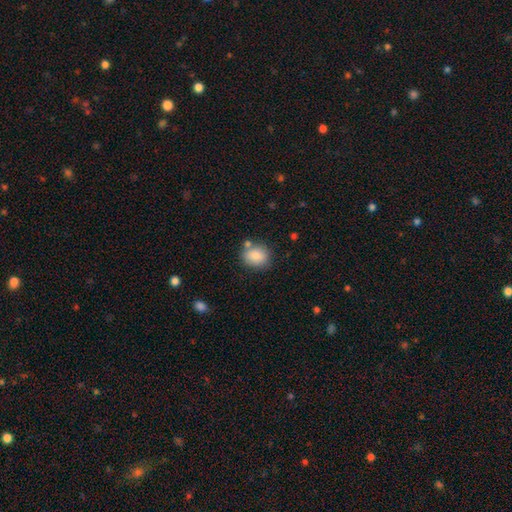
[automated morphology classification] The model was most divided on "how rounded": round: 64%, in between: 35%, cigar-shaped: 1%. More confident: smooth or featured — smooth (85%); merging — none (74%).